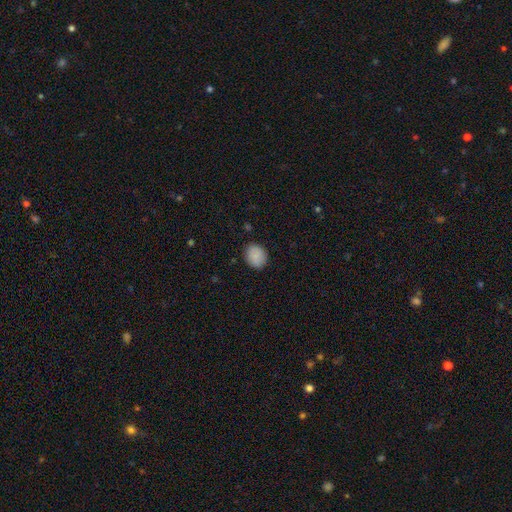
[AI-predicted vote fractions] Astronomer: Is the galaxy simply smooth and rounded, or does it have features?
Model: smooth — 88%.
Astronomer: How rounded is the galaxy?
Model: round — 54% (runner-up: in between, 45%).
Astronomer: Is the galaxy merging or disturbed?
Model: none — 86%.